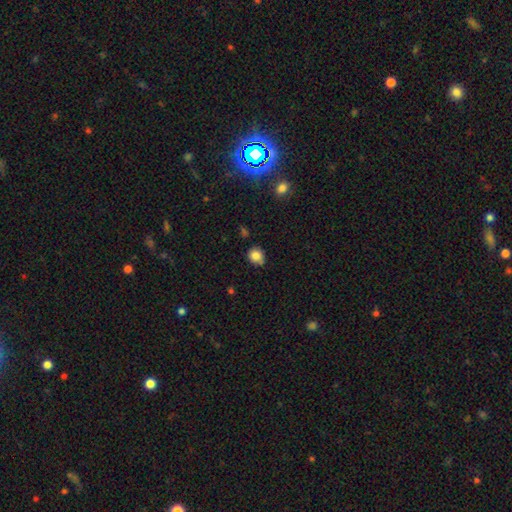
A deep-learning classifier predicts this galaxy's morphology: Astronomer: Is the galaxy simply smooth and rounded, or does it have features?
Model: smooth — 84%.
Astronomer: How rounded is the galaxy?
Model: round — 78%.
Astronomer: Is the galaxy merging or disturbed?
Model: none — 73%.